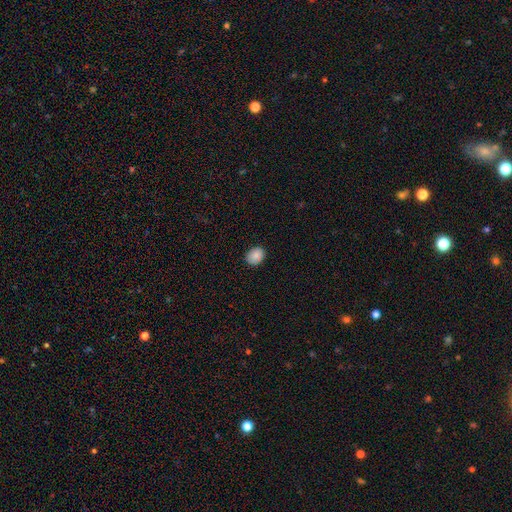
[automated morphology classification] Smooth or featured? Predicted: smooth (p=0.86). How rounded? Predicted: in between (p=0.50). Merging? Predicted: none (p=0.87).